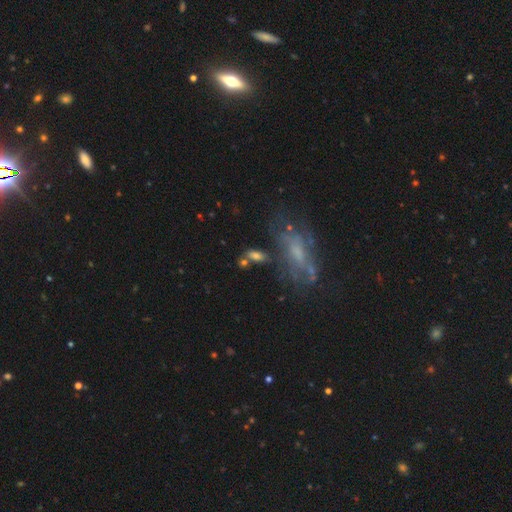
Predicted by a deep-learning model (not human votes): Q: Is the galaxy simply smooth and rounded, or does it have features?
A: smooth — 54%.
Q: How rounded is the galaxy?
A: in between — 71%.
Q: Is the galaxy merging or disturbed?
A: none — 59%.